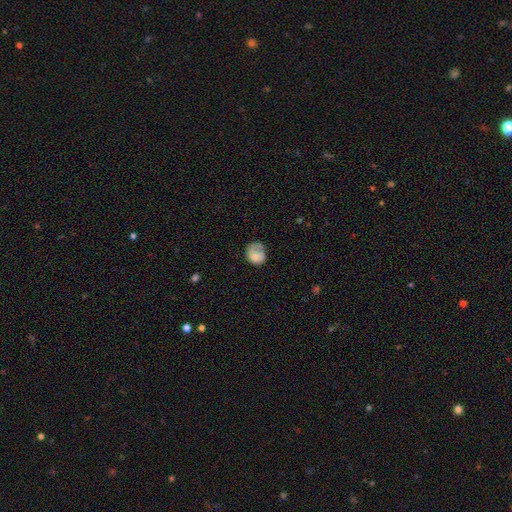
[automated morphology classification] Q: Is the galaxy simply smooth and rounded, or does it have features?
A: smooth — 74%.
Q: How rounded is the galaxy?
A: round — 62%.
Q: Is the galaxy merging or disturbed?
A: none — 42%.